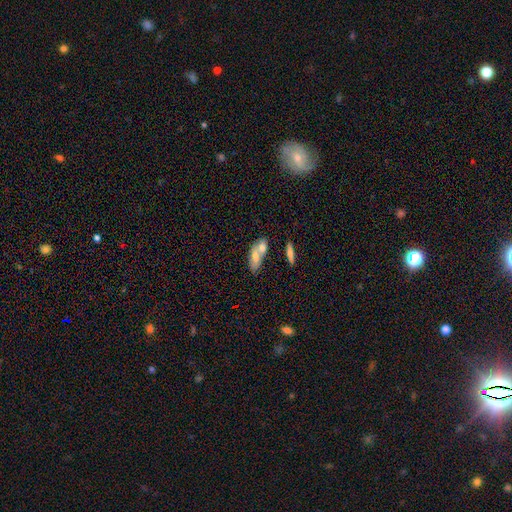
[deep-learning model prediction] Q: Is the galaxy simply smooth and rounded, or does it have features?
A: smooth — 59%.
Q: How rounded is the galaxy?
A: in between — 67%.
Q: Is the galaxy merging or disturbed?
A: merger — 45%.